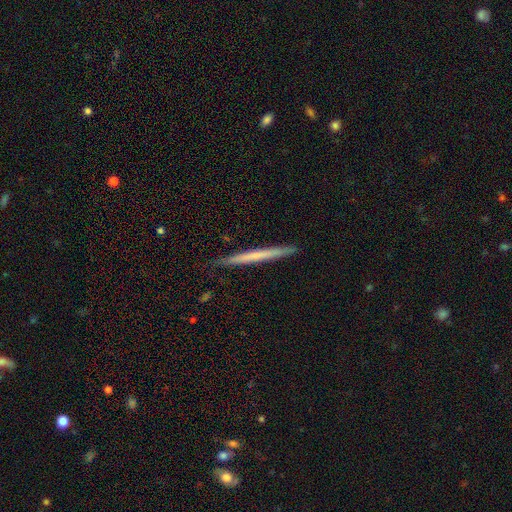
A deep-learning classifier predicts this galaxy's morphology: A smooth galaxy with no disk features (51%) that is cigar-shaped (97%).

Vote fractions:
- Smooth or featured? smooth: 51% / featured or disk: 44% / star or artifact: 5%
- How rounded? cigar-shaped: 97% / in between: 1% / round: 1%
- Merging? none: 88% / minor disturbance: 9% / major disturbance: 1% / merger: 1%